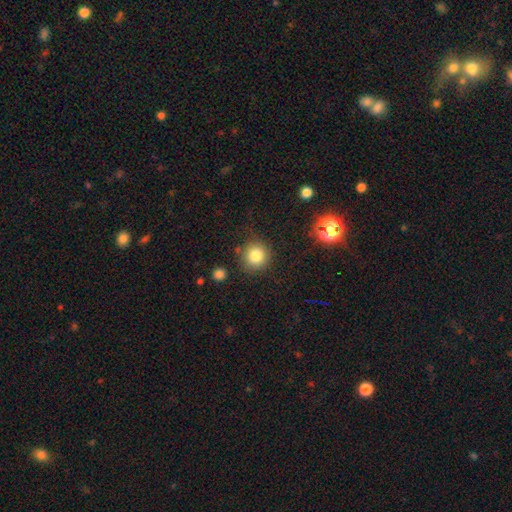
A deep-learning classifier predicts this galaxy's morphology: Smooth or featured?
  - smooth: 82% *
  - star or artifact: 11%
  - featured or disk: 6%
How rounded?
  - round: 91% *
  - in between: 8%
  - cigar-shaped: 1%
Merging?
  - none: 82% *
  - minor disturbance: 11%
  - major disturbance: 4%
  - merger: 3%